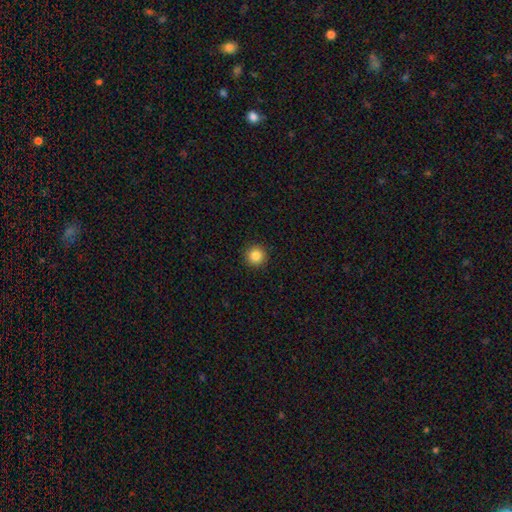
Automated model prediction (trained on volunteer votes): This appears to be a smooth galaxy with no disk features (84%) that is round (96%). Merging: none (93%).